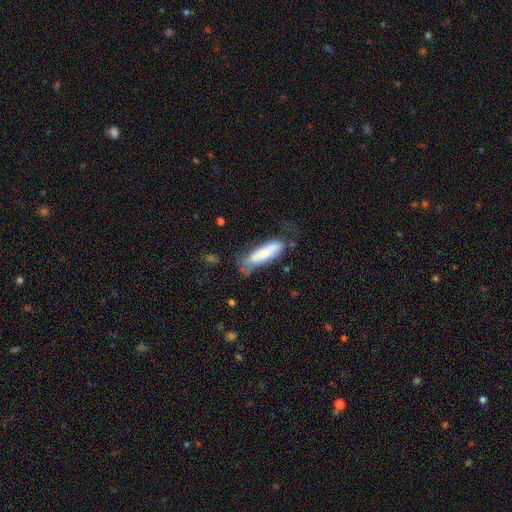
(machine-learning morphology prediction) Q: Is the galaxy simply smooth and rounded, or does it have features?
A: smooth — 69%.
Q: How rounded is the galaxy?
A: cigar-shaped — 58%.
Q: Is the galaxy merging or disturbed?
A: none — 44%.